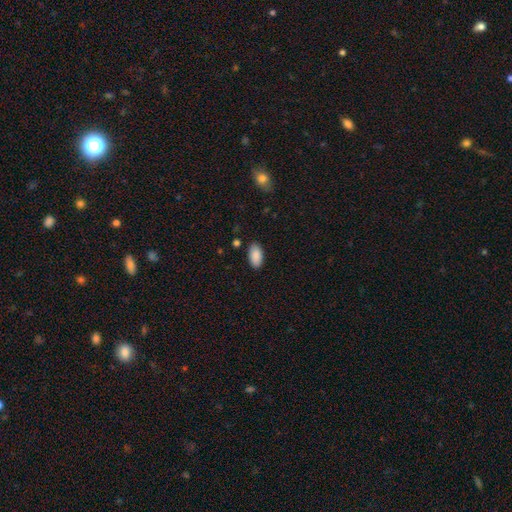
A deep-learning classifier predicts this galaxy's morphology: smooth_or_featured: smooth (p=0.89) [alt: star or artifact p=0.07]
how_rounded: in between (p=0.95) [alt: cigar-shaped p=0.03]
merging: none (p=0.86) [alt: minor disturbance p=0.10]